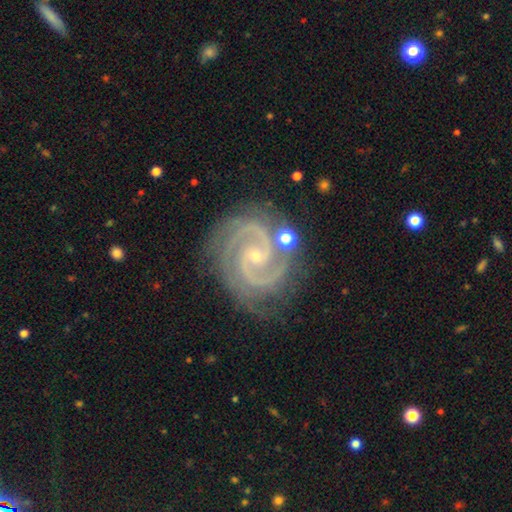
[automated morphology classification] smooth_or_featured: featured or disk (p=0.93) [alt: star or artifact p=0.05]
disk_edge_on: no (p=0.98) [alt: yes p=0.02]
bar: no (p=0.57) [alt: weak p=0.30]
has_spiral_arms: yes (p=0.99) [alt: no p=0.01]
spiral_winding: tight (p=0.65) [alt: medium p=0.32]
spiral_arm_count: 2 (p=0.84) [alt: 3 p=0.09]
bulge_size: small (p=0.81) [alt: moderate p=0.15]
merging: none (p=0.78) [alt: minor disturbance p=0.15]